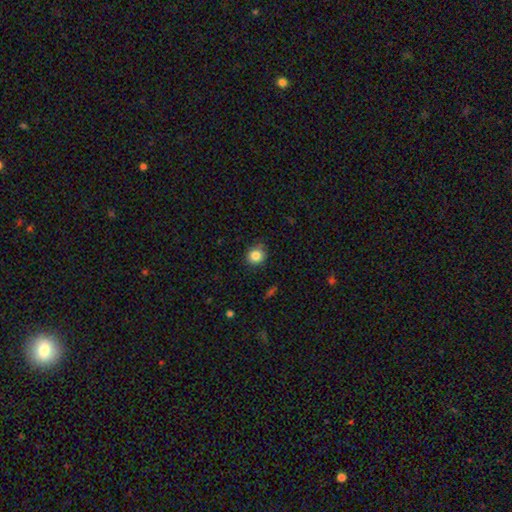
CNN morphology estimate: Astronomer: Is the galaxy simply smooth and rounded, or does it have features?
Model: smooth — 84%.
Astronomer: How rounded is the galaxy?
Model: round — 83%.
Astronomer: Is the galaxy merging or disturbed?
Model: none — 81%.